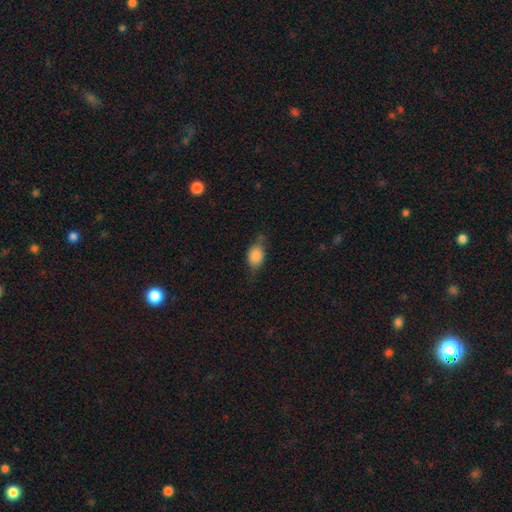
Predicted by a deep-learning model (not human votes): This appears to be a smooth galaxy with no disk features (78%) that is in between round and cigar-shaped (73%). Merging: none (57%).